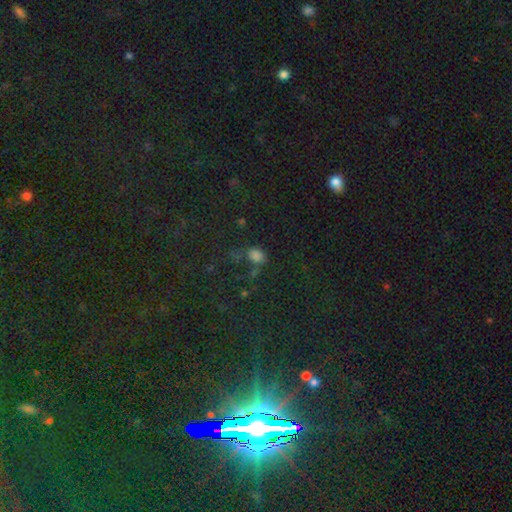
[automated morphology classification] This appears to be a smooth galaxy with no disk features (65%) that is in between round and cigar-shaped (70%). Merging: none (50%).